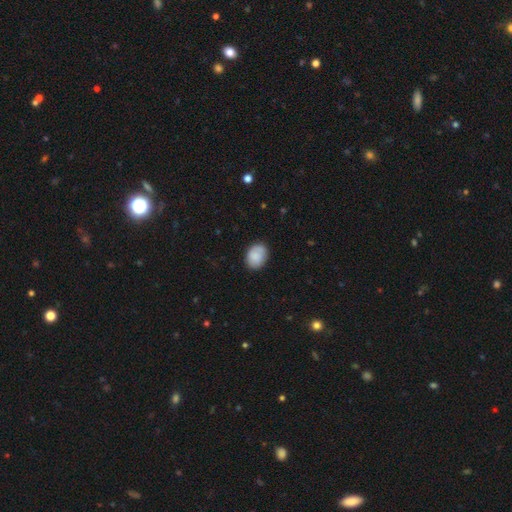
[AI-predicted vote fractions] smooth_or_featured: smooth (p=0.85) [alt: featured or disk p=0.08]
how_rounded: in between (p=0.74) [alt: round p=0.25]
merging: none (p=0.83) [alt: minor disturbance p=0.14]